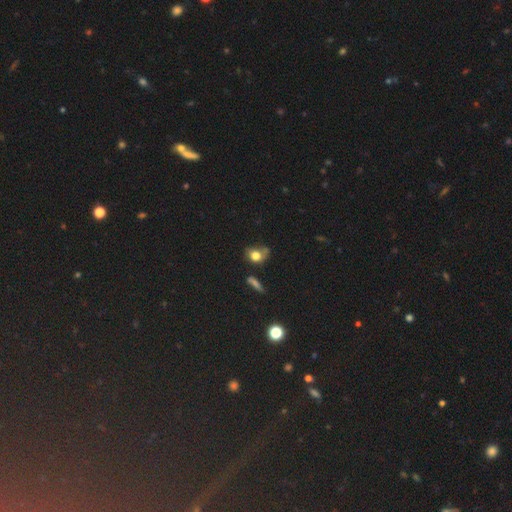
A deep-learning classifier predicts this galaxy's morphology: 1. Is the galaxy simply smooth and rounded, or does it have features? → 74% smooth, 13% star or artifact, 13% featured or disk.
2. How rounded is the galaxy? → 54% round, 44% in between, 2% cigar-shaped.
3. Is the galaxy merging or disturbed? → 46% none, 26% minor disturbance, 15% merger, 14% major disturbance.